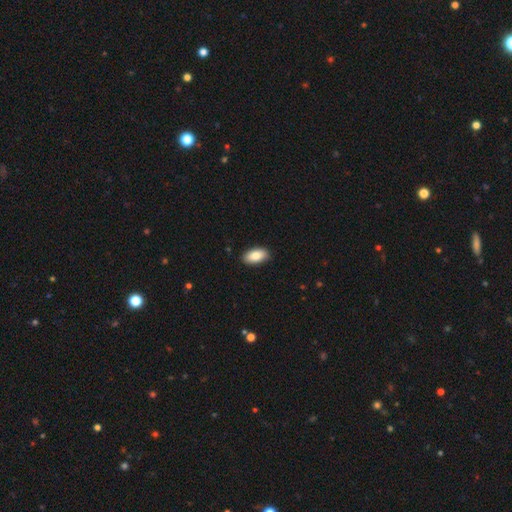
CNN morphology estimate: smooth 85%, featured or disk 8%, star or artifact 6%. Down the decision tree: how rounded — in between (93%); merging — none (89%).